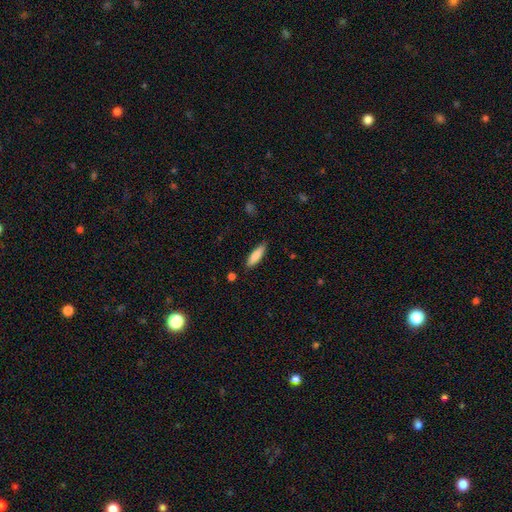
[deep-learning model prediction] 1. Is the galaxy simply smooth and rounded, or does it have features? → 83% smooth, 11% featured or disk, 6% star or artifact.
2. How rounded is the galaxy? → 63% cigar-shaped, 35% in between, 1% round.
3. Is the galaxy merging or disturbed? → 87% none, 10% minor disturbance, 2% major disturbance, 1% merger.